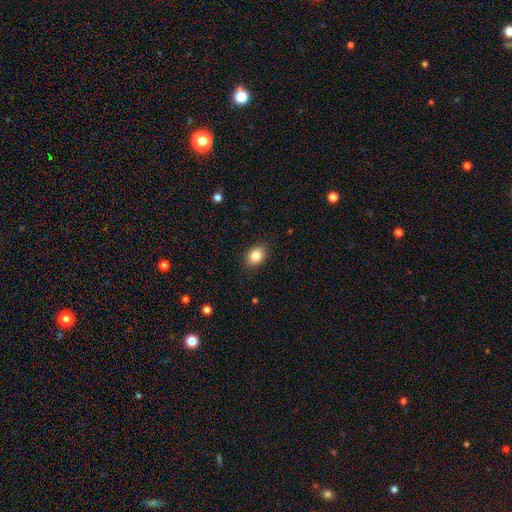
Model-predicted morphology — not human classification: This is clearly a smooth galaxy (85%). How rounded: likely in between (65%). Merging: clearly none (87%).